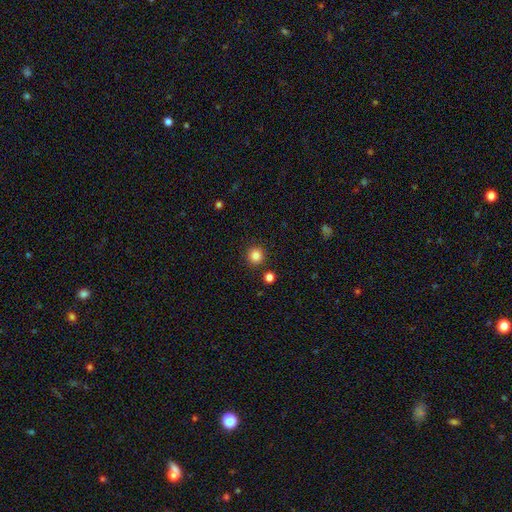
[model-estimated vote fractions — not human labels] Smooth or featured? Predicted: smooth (p=0.84). How rounded? Predicted: round (p=0.95). Merging? Predicted: none (p=0.90).